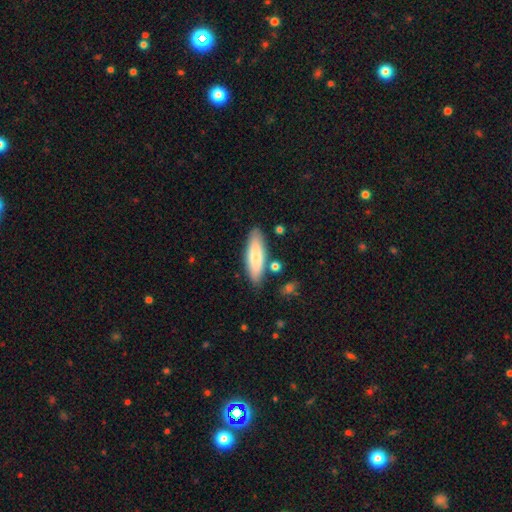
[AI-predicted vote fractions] Smooth or featured: smooth — 75% (featured or disk — 19%)
How rounded: cigar-shaped — 52% (in between — 46%)
Merging: none — 82% (minor disturbance — 11%)